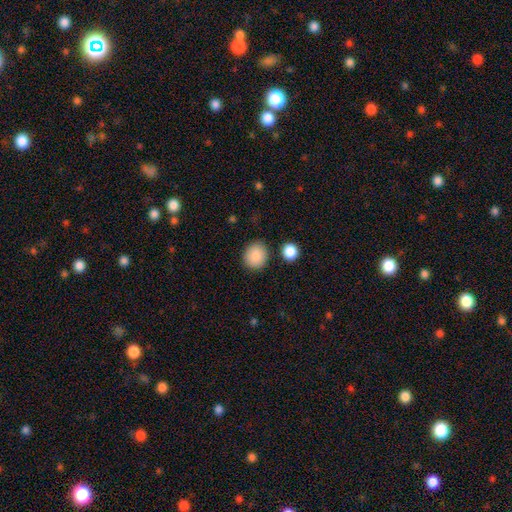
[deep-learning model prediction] This appears to be a smooth galaxy with no disk features (88%) that is round (72%). Merging: none (85%).